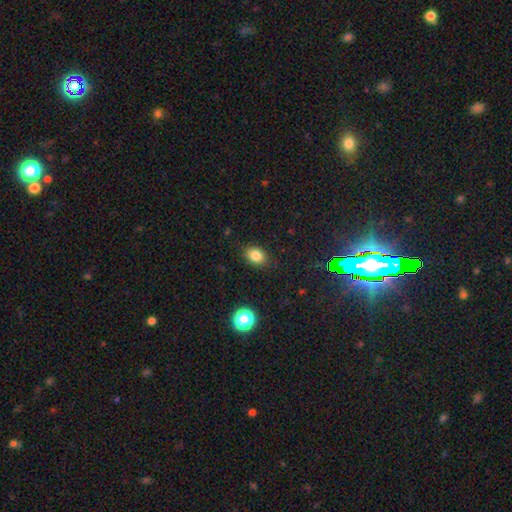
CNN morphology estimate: A smooth galaxy with no disk features (83%) that is in between round and cigar-shaped (69%).

Vote fractions:
- Smooth or featured? smooth: 83% / star or artifact: 12% / featured or disk: 6%
- How rounded? in between: 69% / round: 30% / cigar-shaped: 1%
- Merging? none: 85% / minor disturbance: 11% / major disturbance: 3% / merger: 1%